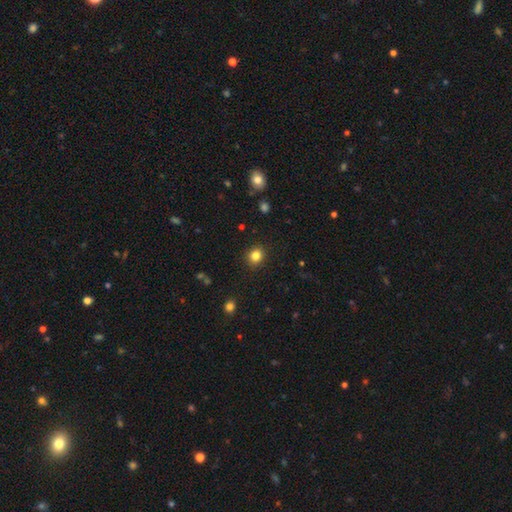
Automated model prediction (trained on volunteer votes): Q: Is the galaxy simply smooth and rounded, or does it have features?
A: smooth — 83%.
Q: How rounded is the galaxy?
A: round — 78%.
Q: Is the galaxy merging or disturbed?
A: none — 90%.